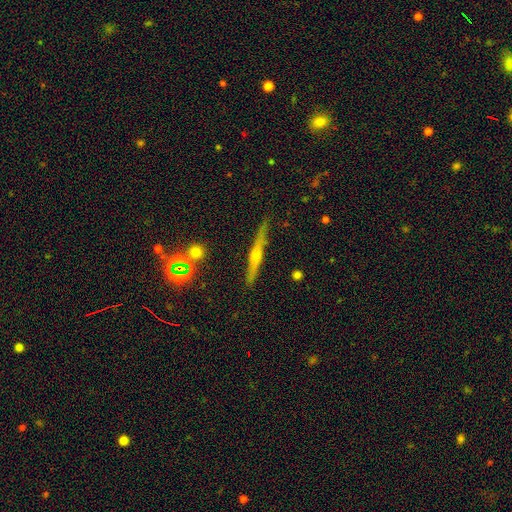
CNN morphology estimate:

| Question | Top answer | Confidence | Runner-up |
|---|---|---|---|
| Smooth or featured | featured or disk | 67% | smooth (22%) |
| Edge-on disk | yes | 97% | no (3%) |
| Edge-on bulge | rounded | 76% | none (15%) |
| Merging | none | 85% | minor disturbance (11%) |